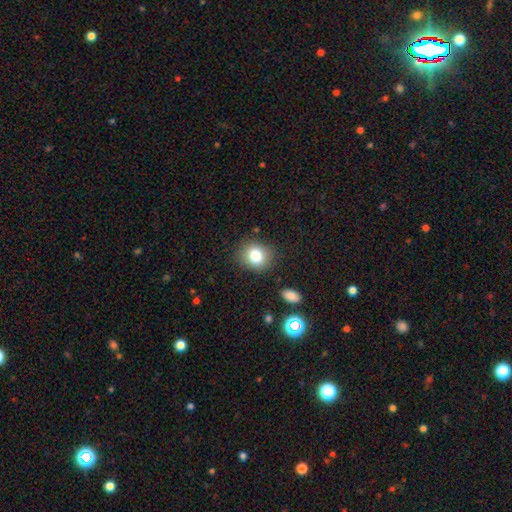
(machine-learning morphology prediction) Q: Smooth or featured?
A: smooth (80%); runner-up: star or artifact (11%)
Q: How rounded?
A: round (64%); runner-up: in between (35%)
Q: Merging?
A: none (84%); runner-up: minor disturbance (11%)